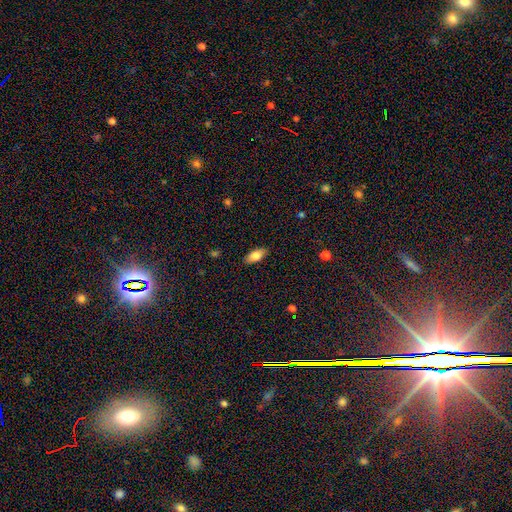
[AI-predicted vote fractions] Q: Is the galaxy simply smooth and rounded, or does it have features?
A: smooth — 79%.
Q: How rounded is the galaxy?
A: in between — 85%.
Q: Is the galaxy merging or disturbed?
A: none — 87%.